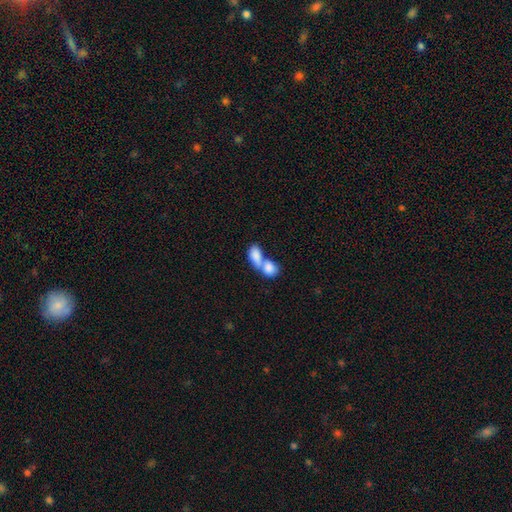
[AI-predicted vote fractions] Overall: smooth (82%). How rounded: in between (81%). Merging: merger (77%).